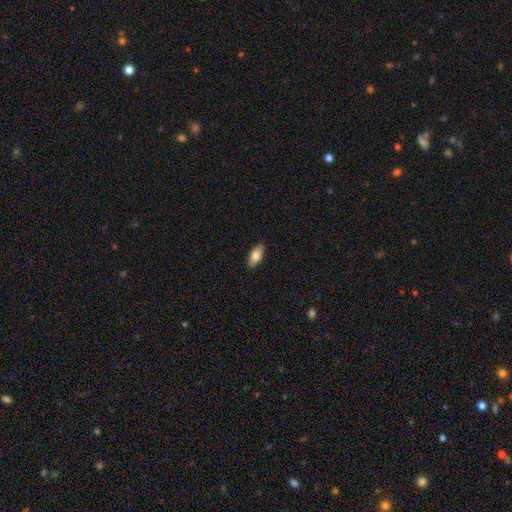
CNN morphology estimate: A smooth galaxy with no disk features (79%) that is in between round and cigar-shaped (87%). Merging: none (88%).